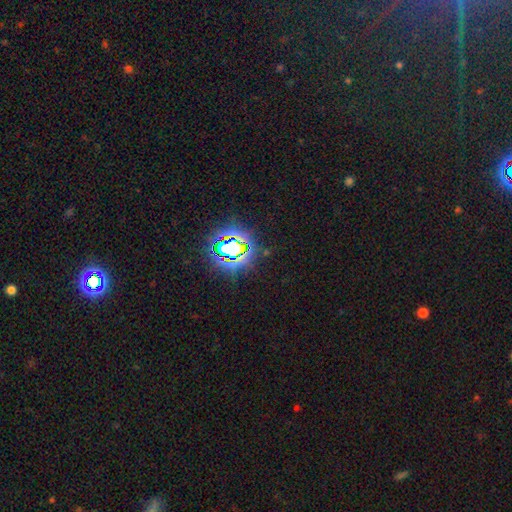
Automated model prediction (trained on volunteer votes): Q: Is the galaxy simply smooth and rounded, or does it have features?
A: star or artifact — 81%.